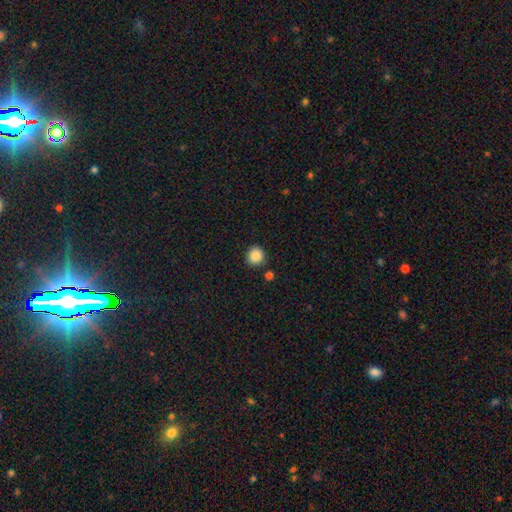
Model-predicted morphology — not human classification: Smooth or featured? smooth (88%)
How rounded? round (92%)
Merging? none (87%)